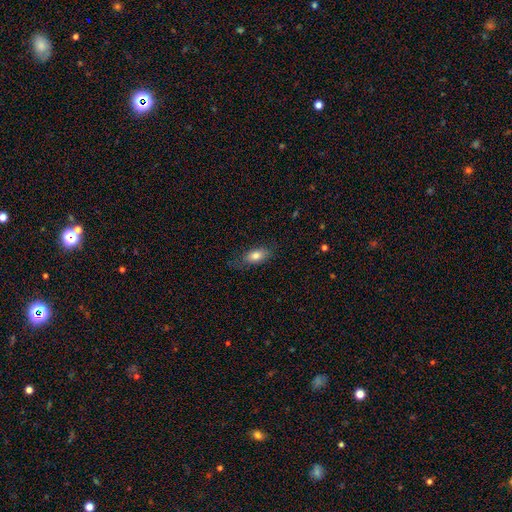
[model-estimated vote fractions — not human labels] A smooth galaxy with no disk features (80%) that is in between round and cigar-shaped (87%).

Vote fractions:
- Smooth or featured? smooth: 80% / featured or disk: 13% / star or artifact: 8%
- How rounded? in between: 87% / cigar-shaped: 7% / round: 6%
- Merging? none: 69% / minor disturbance: 22% / major disturbance: 8% / merger: 1%